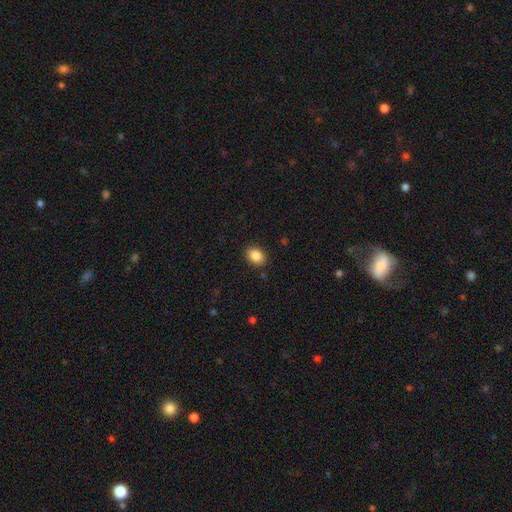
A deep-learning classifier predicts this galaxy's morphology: smooth 87%, star or artifact 8%, featured or disk 5%. Down the decision tree: how rounded — in between (75%); merging — none (88%).